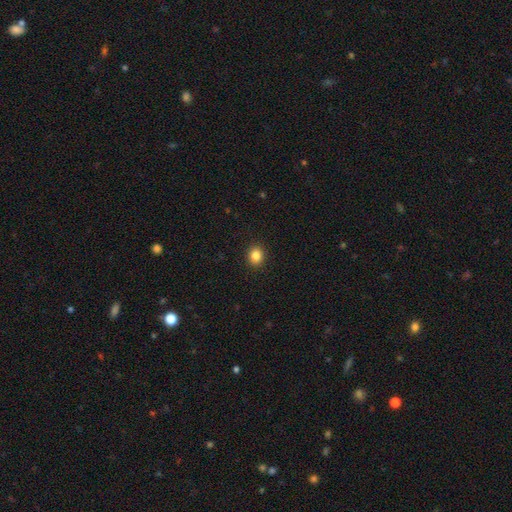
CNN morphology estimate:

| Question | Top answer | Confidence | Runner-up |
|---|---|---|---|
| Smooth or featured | smooth | 86% | star or artifact (10%) |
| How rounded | round | 70% | in between (30%) |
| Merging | none | 92% | minor disturbance (6%) |